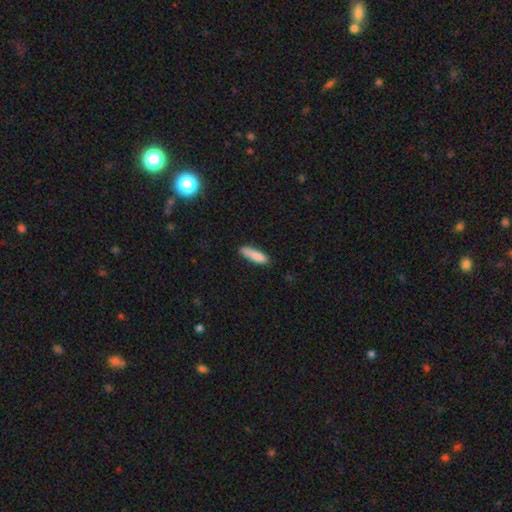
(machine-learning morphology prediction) Smooth or featured: smooth — 86% (featured or disk — 8%)
How rounded: cigar-shaped — 69% (in between — 29%)
Merging: none — 77% (minor disturbance — 18%)